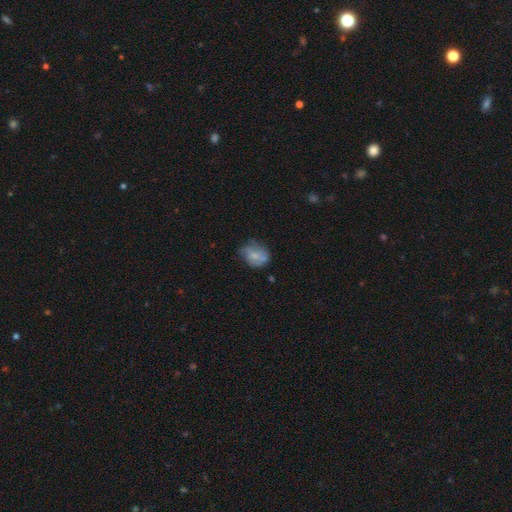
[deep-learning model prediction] smooth-or-featured: smooth: 50% | featured or disk: 42% | star or artifact: 9%
  merging: none: 48% | minor disturbance: 31% | major disturbance: 17% | merger: 4%